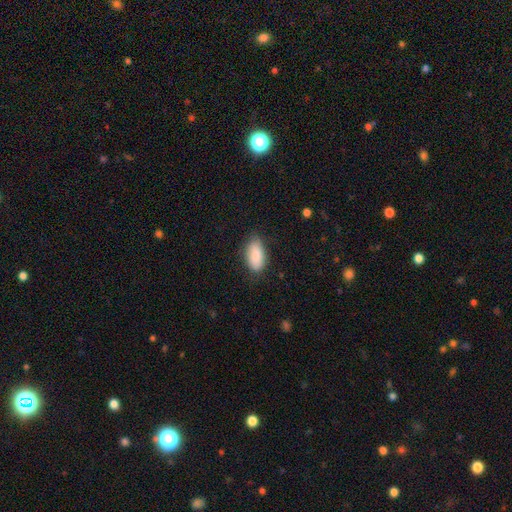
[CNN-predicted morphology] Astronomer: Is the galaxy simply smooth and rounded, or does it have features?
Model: smooth — 87%.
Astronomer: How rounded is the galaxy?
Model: in between — 92%.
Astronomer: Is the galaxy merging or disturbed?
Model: none — 78%.